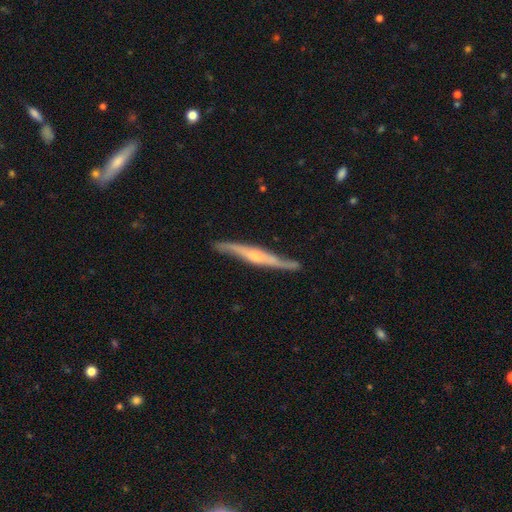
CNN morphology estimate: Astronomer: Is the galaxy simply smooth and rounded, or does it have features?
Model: featured or disk — 79%.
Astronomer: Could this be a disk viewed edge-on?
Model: yes — 85%.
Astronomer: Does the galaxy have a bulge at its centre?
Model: rounded — 68%.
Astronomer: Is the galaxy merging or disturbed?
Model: none — 79%.